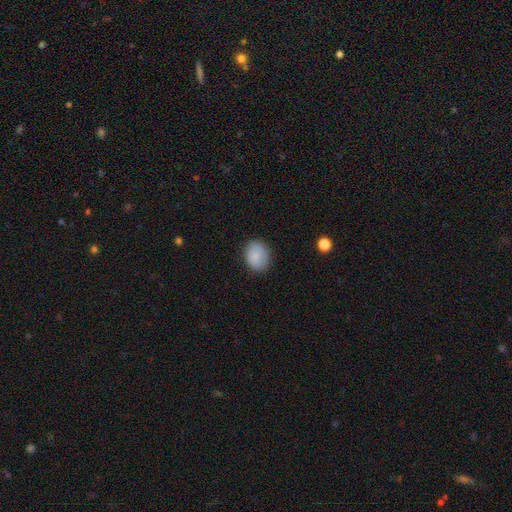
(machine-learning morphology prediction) The model was most divided on "how rounded": in between: 53%, round: 46%, cigar-shaped: 1%. More confident: smooth or featured — smooth (87%); merging — none (83%).